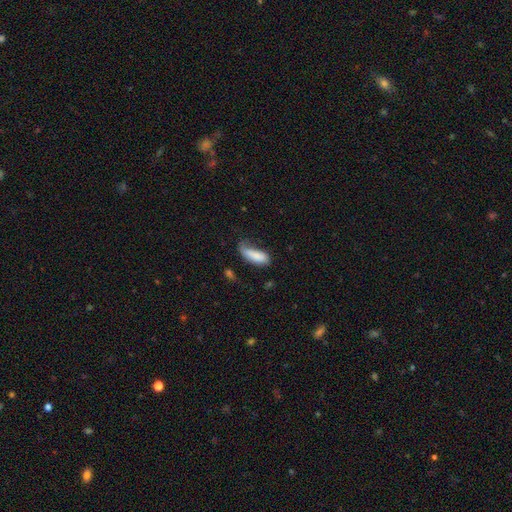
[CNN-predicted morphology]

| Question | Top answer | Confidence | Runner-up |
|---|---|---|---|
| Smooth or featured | smooth | 81% | featured or disk (12%) |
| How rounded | in between | 70% | cigar-shaped (28%) |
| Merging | none | 35% | minor disturbance (34%) |